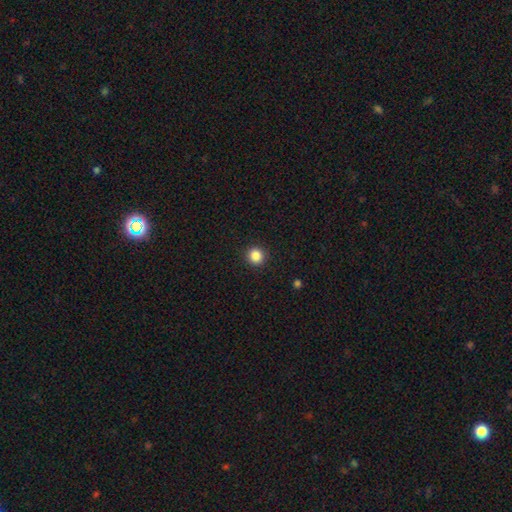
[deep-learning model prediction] Overall: smooth (86%). How rounded: round (93%). Merging: none (93%).